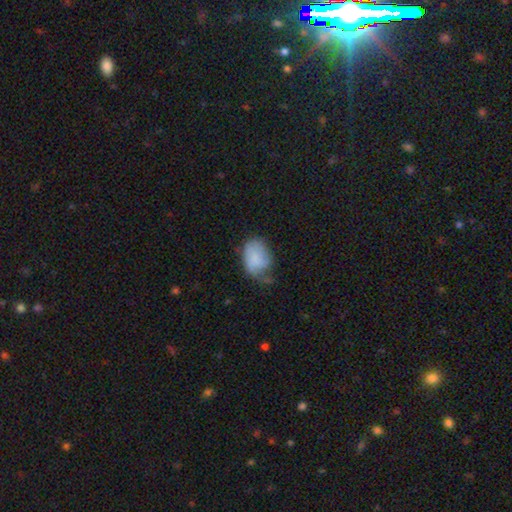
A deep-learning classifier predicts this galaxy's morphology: Smooth or featured? Predicted: smooth (p=0.66). How rounded? Predicted: in between (p=0.76). Merging? Predicted: minor disturbance (p=0.38).